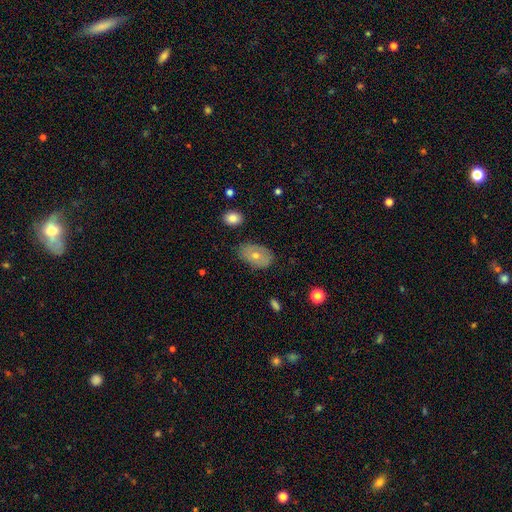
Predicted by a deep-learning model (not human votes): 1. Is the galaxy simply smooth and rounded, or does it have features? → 64% smooth, 28% featured or disk, 8% star or artifact.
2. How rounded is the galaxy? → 88% in between, 11% round, 1% cigar-shaped.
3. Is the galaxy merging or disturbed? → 74% none, 19% minor disturbance, 4% major disturbance, 2% merger.